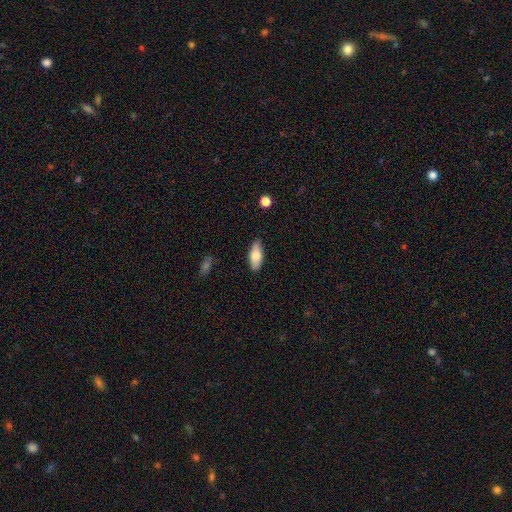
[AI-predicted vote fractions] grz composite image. It shows a smooth galaxy with no disk features (76%) that is in between round and cigar-shaped (80%). Merging: none (87%).